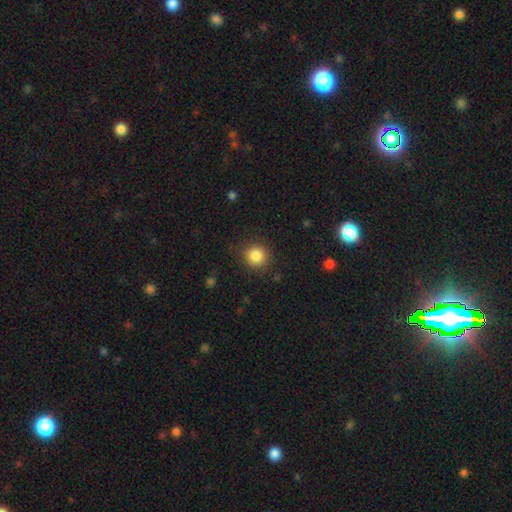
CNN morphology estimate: Q: Smooth or featured?
A: smooth (85%); runner-up: star or artifact (10%)
Q: How rounded?
A: round (93%); runner-up: in between (6%)
Q: Merging?
A: none (89%); runner-up: minor disturbance (7%)